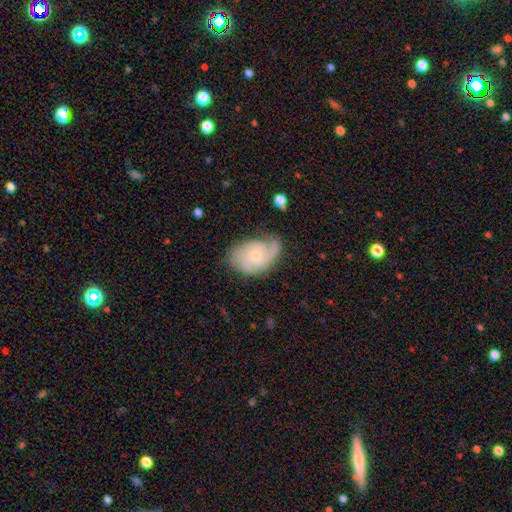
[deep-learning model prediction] Smooth or featured?
  - featured or disk: 76% *
  - smooth: 18%
  - star or artifact: 6%
Edge-on disk?
  - no: 97% *
  - yes: 3%
Bar?
  - no: 69% *
  - weak: 27%
  - strong: 3%
Spiral arms?
  - yes: 94% *
  - no: 6%
Spiral winding?
  - medium: 41% *
  - tight: 40%
  - loose: 19%
Spiral arm count?
  - 2: 40% *
  - 1: 22%
  - can't tell: 19%
  - 3: 14%
  - 4: 3%
  - more than 4: 3%
Bulge size?
  - small: 61% *
  - moderate: 34%
  - none: 3%
  - large: 2%
  - dominant: 1%
Merging?
  - none: 60% *
  - minor disturbance: 26%
  - major disturbance: 12%
  - merger: 2%